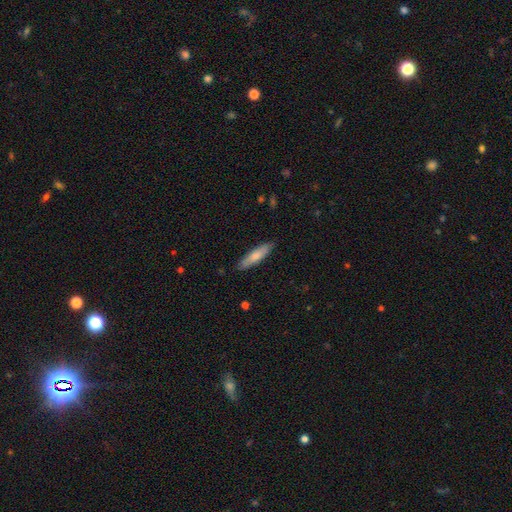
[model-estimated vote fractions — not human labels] Overall: smooth (73%). How rounded: cigar-shaped (77%). Merging: none (87%).